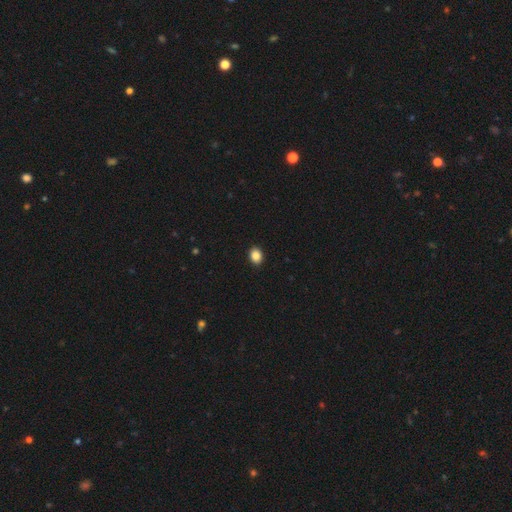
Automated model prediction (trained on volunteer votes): smooth 88%, star or artifact 9%, featured or disk 3%. Down the decision tree: how rounded — in between (55%); merging — none (92%).